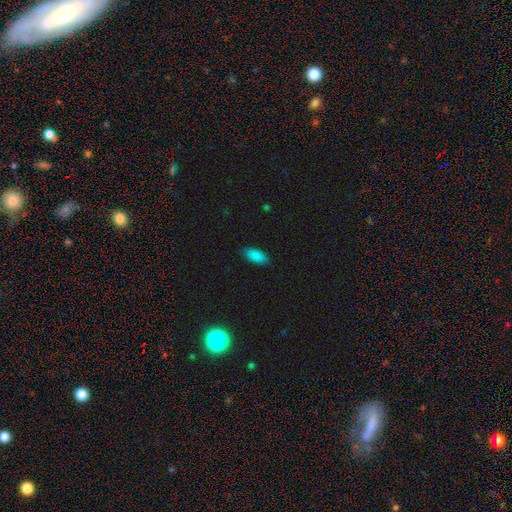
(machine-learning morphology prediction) smooth_or_featured: smooth (p=0.88) [alt: star or artifact p=0.08]
how_rounded: in between (p=0.89) [alt: cigar-shaped p=0.09]
merging: none (p=0.87) [alt: minor disturbance p=0.10]